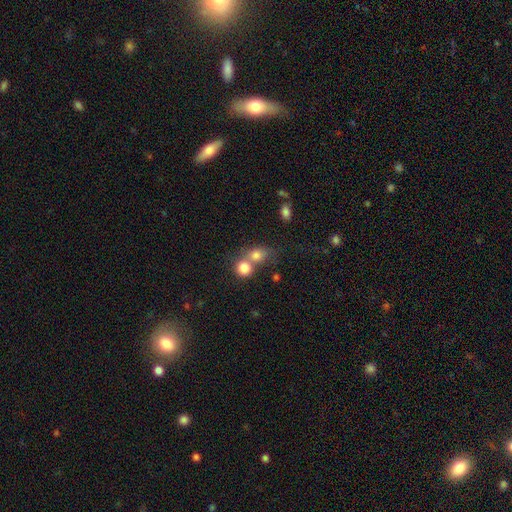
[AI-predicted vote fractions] Q: Smooth or featured?
A: smooth (68%); runner-up: star or artifact (19%)
Q: How rounded?
A: round (70%); runner-up: in between (28%)
Q: Merging?
A: merger (47%); runner-up: none (41%)